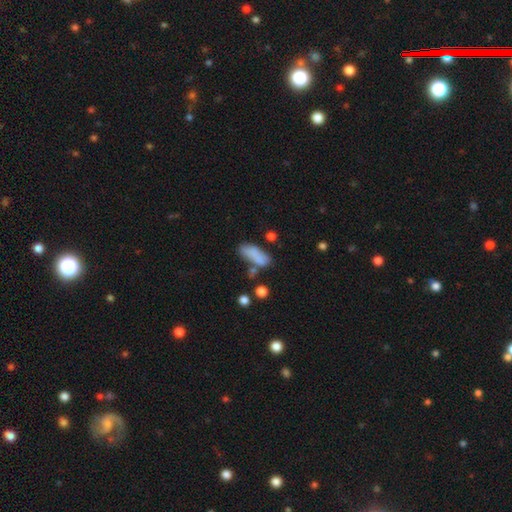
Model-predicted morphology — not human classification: A smooth galaxy with no disk features (77%) that is in between round and cigar-shaped (70%).

Vote fractions:
- Smooth or featured? smooth: 77% / featured or disk: 14% / star or artifact: 9%
- How rounded? in between: 70% / cigar-shaped: 27% / round: 3%
- Merging? none: 47% / minor disturbance: 24% / merger: 16% / major disturbance: 13%